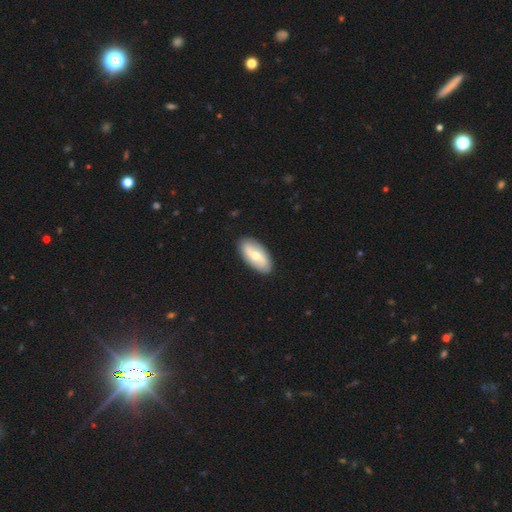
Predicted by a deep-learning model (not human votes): This appears to be a smooth galaxy with no disk features (53%) that is in between round and cigar-shaped (90%). Merging: none (89%).